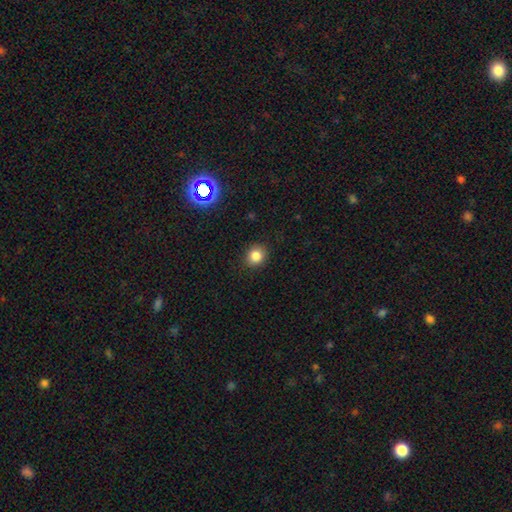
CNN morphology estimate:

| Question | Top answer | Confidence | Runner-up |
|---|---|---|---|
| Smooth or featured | smooth | 83% | star or artifact (12%) |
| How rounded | round | 78% | in between (21%) |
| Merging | none | 89% | minor disturbance (7%) |